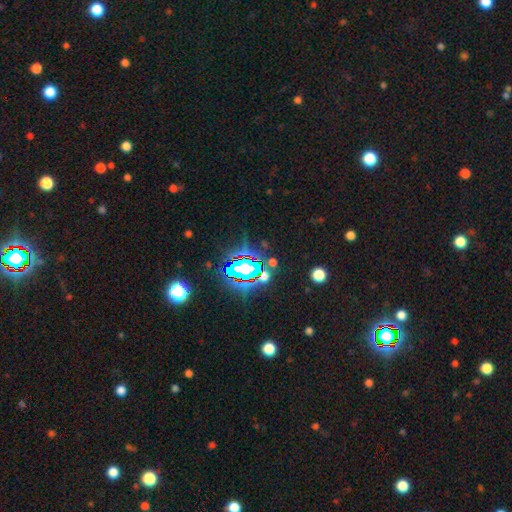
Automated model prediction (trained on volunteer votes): Q: Smooth or featured?
A: star or artifact (83%); runner-up: smooth (10%)